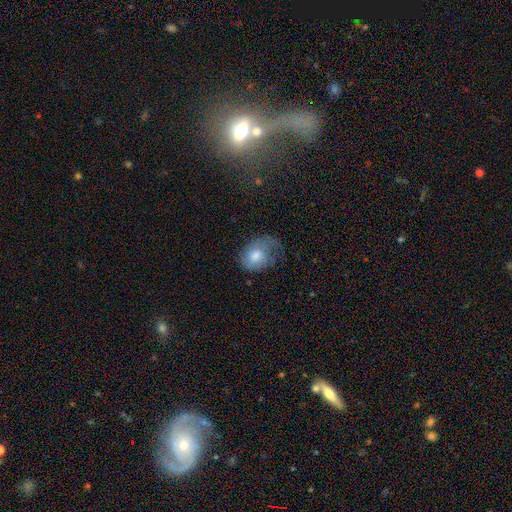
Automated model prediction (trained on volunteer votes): Smooth or featured? smooth (63%)
How rounded? in between (67%)
Merging? none (41%)